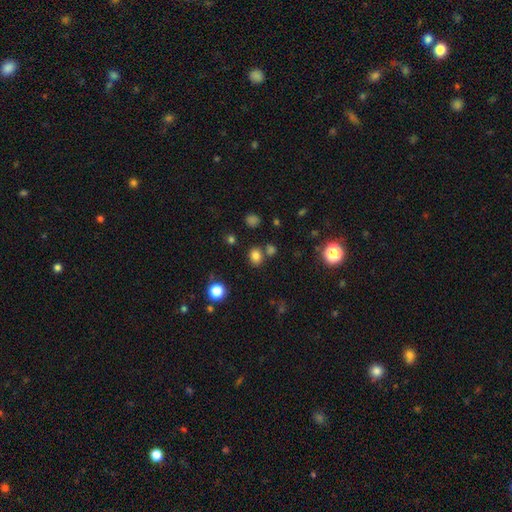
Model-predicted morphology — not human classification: Q: Smooth or featured?
A: smooth (78%); runner-up: star or artifact (16%)
Q: How rounded?
A: round (51%); runner-up: in between (48%)
Q: Merging?
A: none (73%); runner-up: merger (12%)